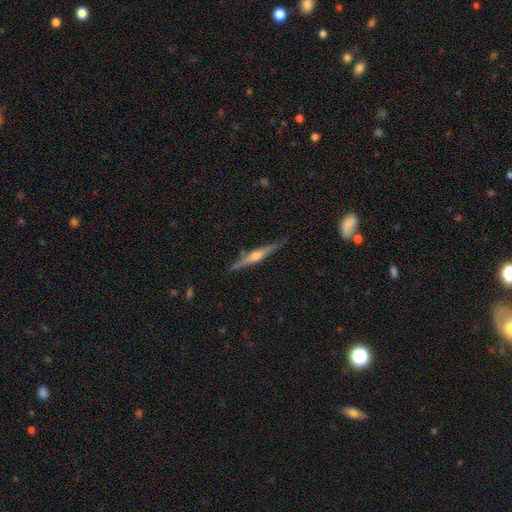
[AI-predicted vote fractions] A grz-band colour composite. It shows a featured or disk galaxy (78%) viewed edge-on (98%) with a rounded central bulge (87%). Merging: none (87%).